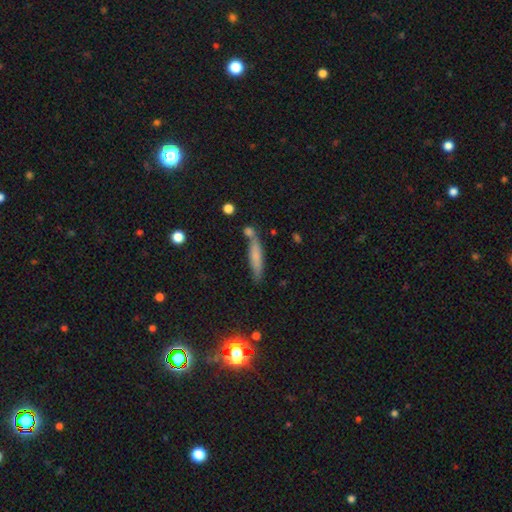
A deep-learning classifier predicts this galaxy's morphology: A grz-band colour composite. It shows a smooth galaxy with no disk features (68%) that is cigar-shaped (85%). Merging: none (67%).